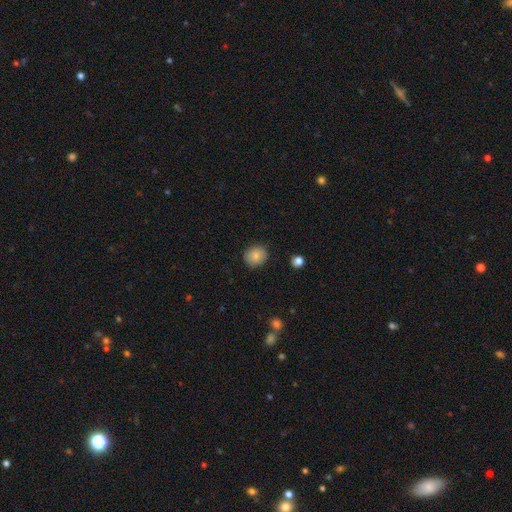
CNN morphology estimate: smooth_or_featured: smooth (p=0.85) [alt: star or artifact p=0.09]
how_rounded: round (p=0.78) [alt: in between p=0.22]
merging: none (p=0.88) [alt: minor disturbance p=0.09]